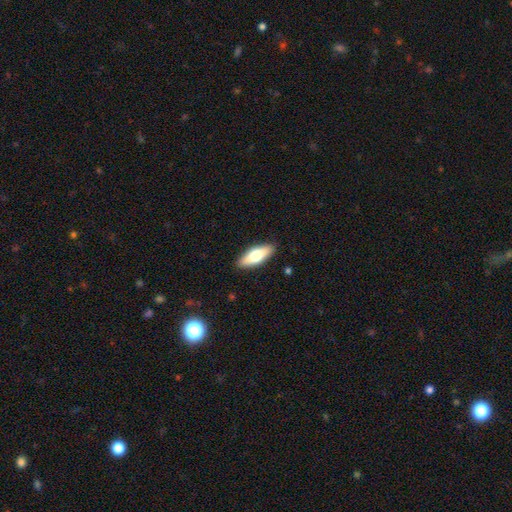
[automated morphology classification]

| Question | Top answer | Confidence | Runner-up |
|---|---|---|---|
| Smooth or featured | smooth | 64% | featured or disk (30%) |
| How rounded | in between | 65% | cigar-shaped (32%) |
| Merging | none | 89% | minor disturbance (8%) |